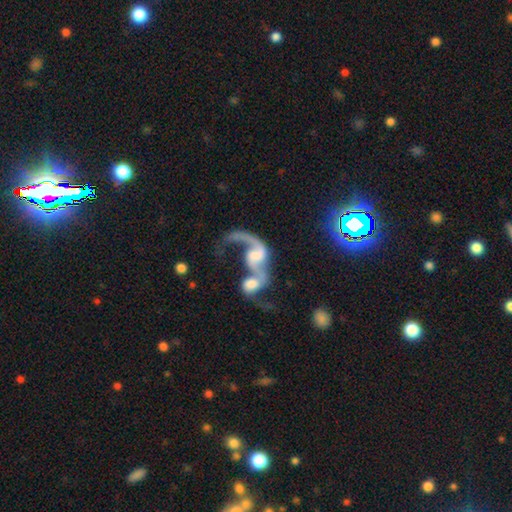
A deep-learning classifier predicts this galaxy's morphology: Smooth or featured: featured or disk — 75% (smooth — 16%)
Edge-on disk: no — 96% (yes — 4%)
Bar: no — 50% (weak — 35%)
Spiral arms: yes — 85% (no — 15%)
Spiral winding: loose — 80% (medium — 16%)
Spiral arm count: 2 — 51% (1 — 41%)
Bulge size: moderate — 30% (none — 29%)
Merging: merger — 71% (major disturbance — 14%)